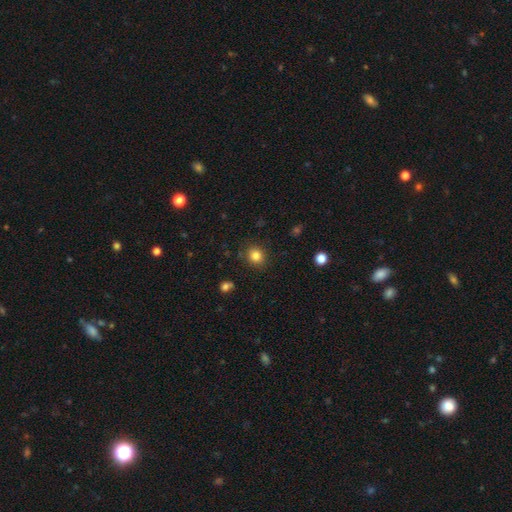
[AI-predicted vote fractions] Smooth or featured? smooth (84%)
How rounded? round (80%)
Merging? none (86%)